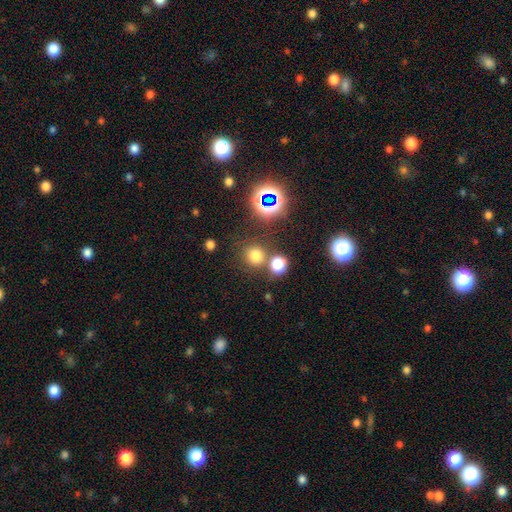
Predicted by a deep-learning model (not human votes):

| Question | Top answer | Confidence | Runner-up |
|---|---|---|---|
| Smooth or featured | smooth | 68% | star or artifact (26%) |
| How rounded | round | 88% | in between (11%) |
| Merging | none | 71% | merger (17%) |